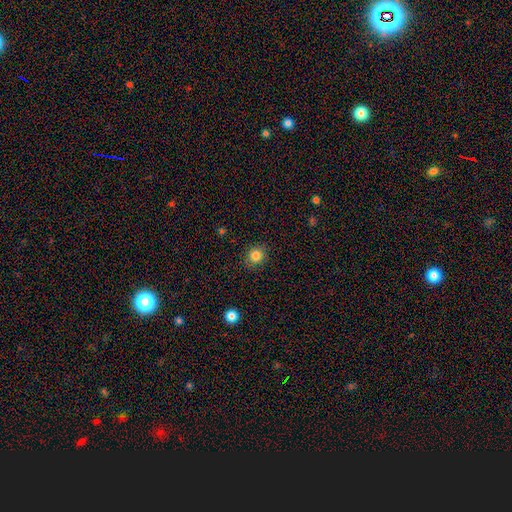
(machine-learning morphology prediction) Overall: smooth (83%). How rounded: round (87%). Merging: none (89%).